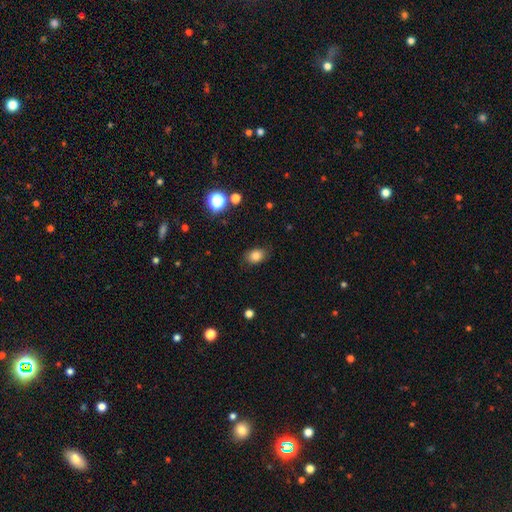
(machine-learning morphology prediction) smooth-or-featured: smooth: 82% | star or artifact: 12% | featured or disk: 6%
  how-rounded: in between: 63% | round: 36% | cigar-shaped: 1%
  merging: none: 82% | minor disturbance: 13% | major disturbance: 3% | merger: 1%